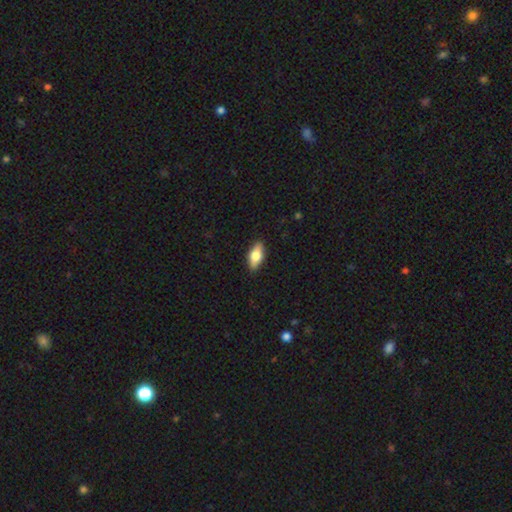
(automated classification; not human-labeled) A smooth galaxy with no disk features (64%) that is in between round and cigar-shaped (81%).

Vote fractions:
- Smooth or featured? smooth: 64% / featured or disk: 29% / star or artifact: 7%
- How rounded? in between: 81% / cigar-shaped: 16% / round: 4%
- Merging? none: 88% / minor disturbance: 9% / major disturbance: 2% / merger: 1%